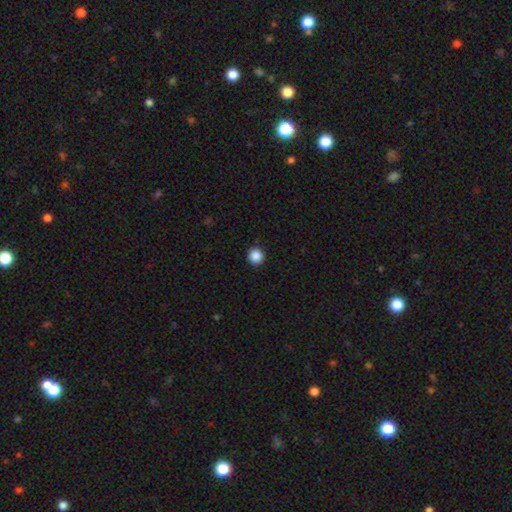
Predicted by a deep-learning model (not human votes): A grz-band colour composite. It shows a smooth galaxy with no disk features (87%) that is round (94%). Merging: none (92%).